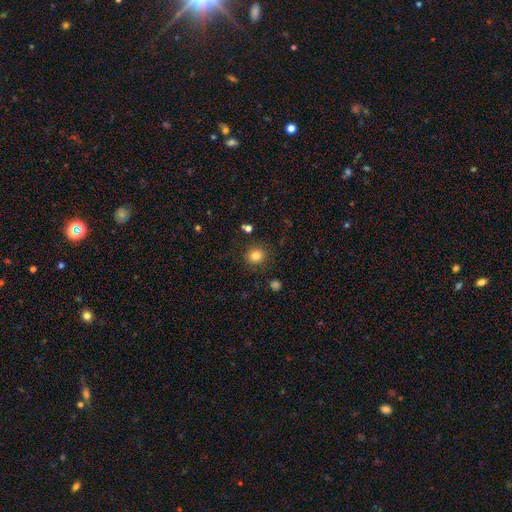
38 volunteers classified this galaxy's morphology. smooth-or-featured: smooth: 89% | featured or disk: 5% | star or artifact: 5%
  how-rounded: round: 79% | in between: 21% | cigar-shaped: 0%
  merging: none: 92% | major disturbance: 6% | minor disturbance: 3% | merger: 0%